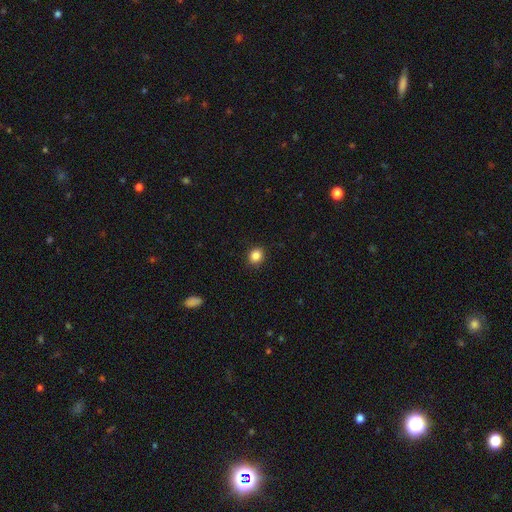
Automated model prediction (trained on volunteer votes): This appears to be a smooth galaxy with no disk features (86%) that is round (70%). Merging: none (89%).